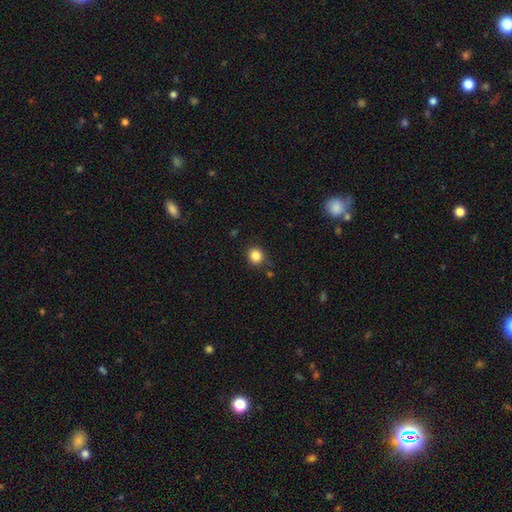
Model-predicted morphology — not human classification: smooth-or-featured: smooth: 85% | star or artifact: 11% | featured or disk: 4%
  how-rounded: round: 87% | in between: 12% | cigar-shaped: 1%
  merging: none: 85% | minor disturbance: 10% | major disturbance: 3% | merger: 2%